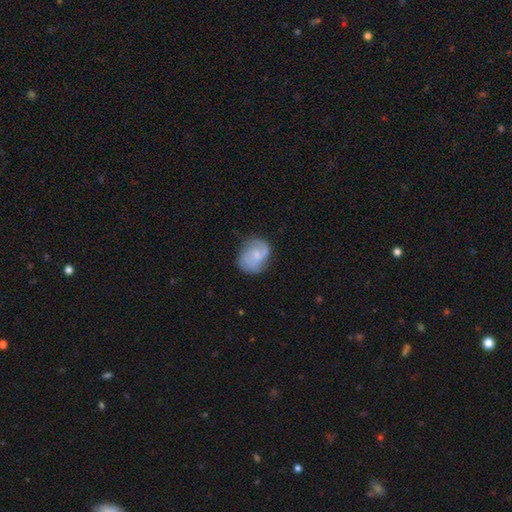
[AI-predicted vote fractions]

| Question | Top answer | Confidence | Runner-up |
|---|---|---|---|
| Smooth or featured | featured or disk | 61% | smooth (32%) |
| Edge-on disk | no | 98% | yes (2%) |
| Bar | no | 55% | weak (40%) |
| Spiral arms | yes | 87% | no (13%) |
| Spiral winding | medium | 45% | tight (28%) |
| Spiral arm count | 2 | 66% | can't tell (17%) |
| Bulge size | small | 50% | none (24%) |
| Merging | none | 63% | minor disturbance (24%) |